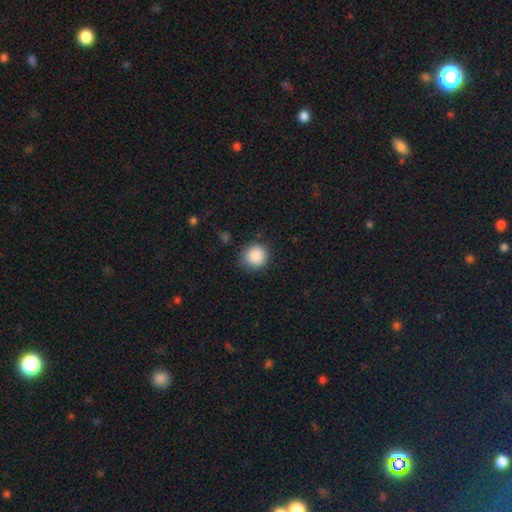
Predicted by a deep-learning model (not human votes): smooth 87%, star or artifact 9%, featured or disk 3%. Down the decision tree: how rounded — round (89%); merging — none (81%).